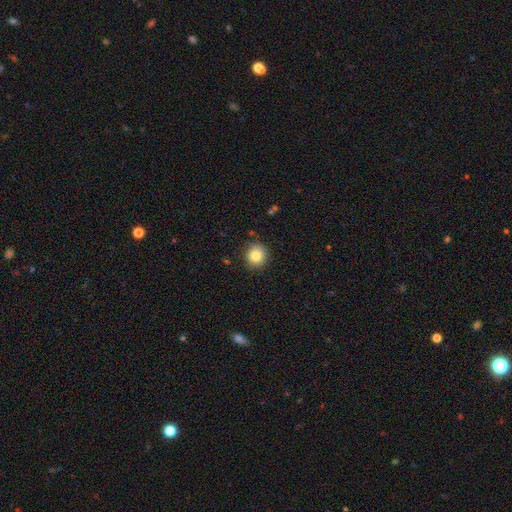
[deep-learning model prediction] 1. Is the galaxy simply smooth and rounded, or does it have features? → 83% smooth, 10% star or artifact, 7% featured or disk.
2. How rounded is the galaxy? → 90% round, 10% in between, 1% cigar-shaped.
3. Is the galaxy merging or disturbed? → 88% none, 9% minor disturbance, 2% major disturbance, 1% merger.